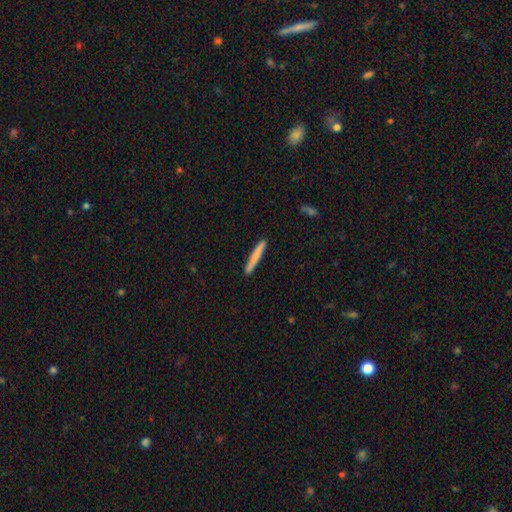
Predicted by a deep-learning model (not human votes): smooth_or_featured: smooth (p=0.75) [alt: featured or disk p=0.19]
how_rounded: cigar-shaped (p=0.96) [alt: in between p=0.03]
merging: none (p=0.89) [alt: minor disturbance p=0.08]